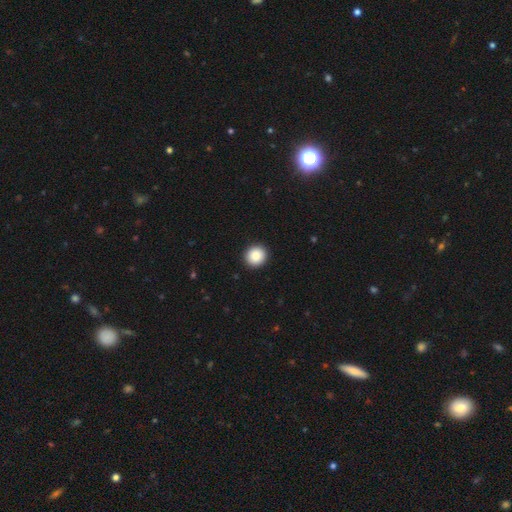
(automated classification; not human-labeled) Smooth or featured: smooth — 88% (star or artifact — 8%)
How rounded: round — 93% (in between — 6%)
Merging: none — 93% (minor disturbance — 5%)